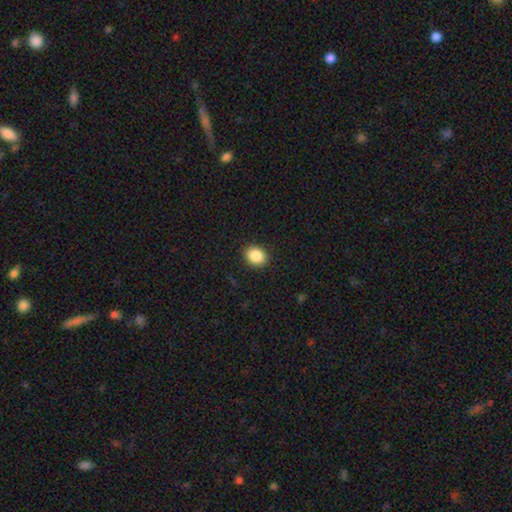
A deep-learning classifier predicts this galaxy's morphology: Smooth or featured? Predicted: smooth (p=0.87). How rounded? Predicted: round (p=0.51). Merging? Predicted: none (p=0.90).